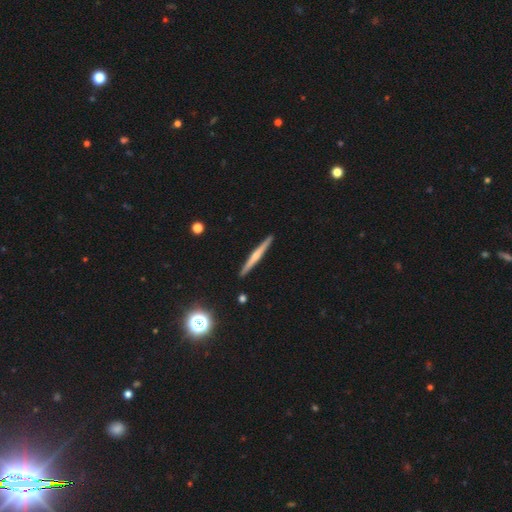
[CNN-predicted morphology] Smooth or featured: featured or disk — 62% (smooth — 32%)
Edge-on disk: yes — 98% (no — 2%)
Edge-on bulge: rounded — 60% (none — 31%)
Merging: none — 92% (minor disturbance — 5%)